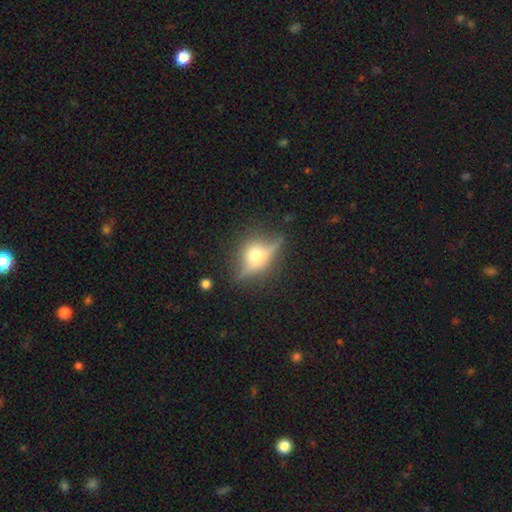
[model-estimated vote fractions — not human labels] Smooth or featured?
  - featured or disk: 70% *
  - smooth: 20%
  - star or artifact: 9%
Edge-on disk?
  - yes: 85% *
  - no: 15%
Edge-on bulge?
  - rounded: 96% *
  - boxy: 3%
  - none: 1%
Merging?
  - none: 75% *
  - minor disturbance: 16%
  - major disturbance: 6%
  - merger: 2%